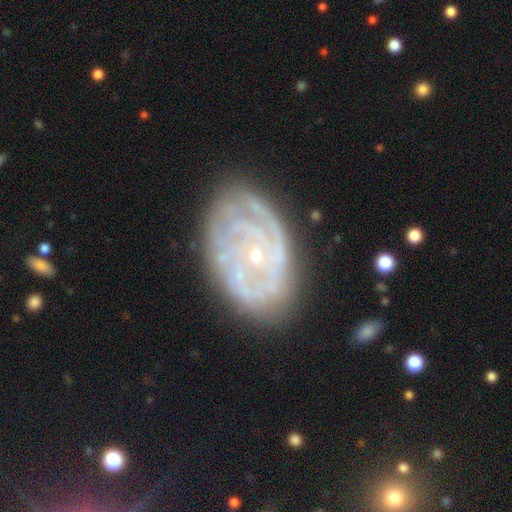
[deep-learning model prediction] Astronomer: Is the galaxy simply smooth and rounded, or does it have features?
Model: featured or disk — 83%.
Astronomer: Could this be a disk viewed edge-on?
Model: no — 97%.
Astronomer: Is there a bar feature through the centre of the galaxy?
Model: no — 77%.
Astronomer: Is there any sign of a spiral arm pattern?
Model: yes — 90%.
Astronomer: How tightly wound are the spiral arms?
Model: tight — 71%.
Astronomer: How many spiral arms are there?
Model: can't tell — 38% (runner-up: 2, 21%).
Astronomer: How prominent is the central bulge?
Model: small — 81%.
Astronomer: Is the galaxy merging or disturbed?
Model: none — 71%.